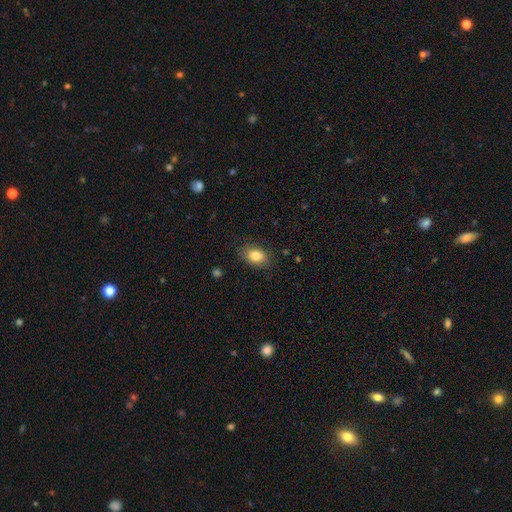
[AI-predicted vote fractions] The model was most divided on "how rounded": in between: 84%, round: 14%, cigar-shaped: 1%. More confident: smooth or featured — smooth (85%); merging — none (83%).